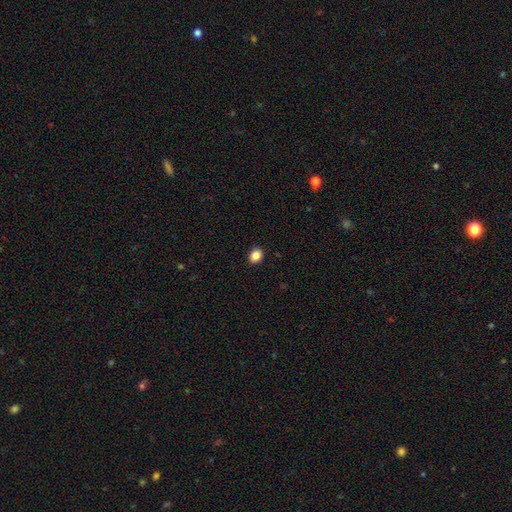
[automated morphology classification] A smooth galaxy with no disk features (87%) that is in between round and cigar-shaped (55%). Merging: none (91%).